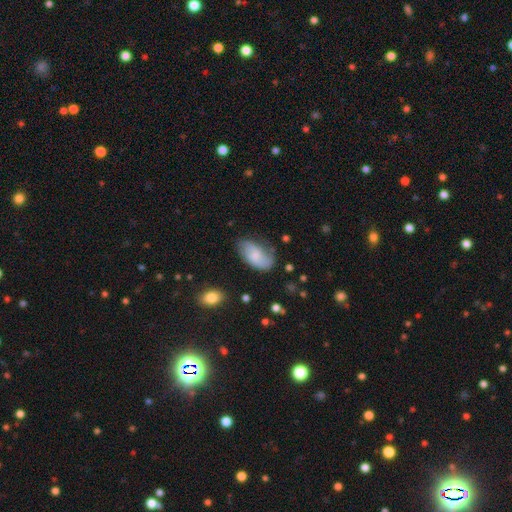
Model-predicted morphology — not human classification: Smooth or featured? Predicted: smooth (p=0.61). How rounded? Predicted: in between (p=0.93). Merging? Predicted: none (p=0.58).